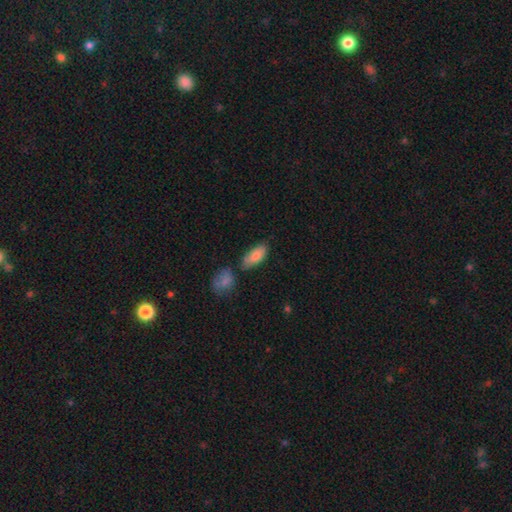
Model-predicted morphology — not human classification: A smooth galaxy with no disk features (82%) that is in between round and cigar-shaped (84%).

Vote fractions:
- Smooth or featured? smooth: 82% / featured or disk: 11% / star or artifact: 7%
- How rounded? in between: 84% / cigar-shaped: 13% / round: 3%
- Merging? none: 67% / minor disturbance: 17% / merger: 11% / major disturbance: 4%